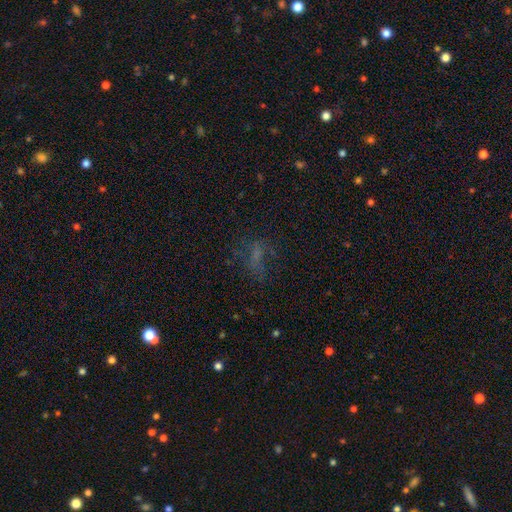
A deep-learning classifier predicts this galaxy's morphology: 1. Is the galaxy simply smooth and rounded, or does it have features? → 45% smooth, 28% featured or disk, 28% star or artifact.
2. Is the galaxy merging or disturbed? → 49% none, 28% major disturbance, 20% minor disturbance, 3% merger.